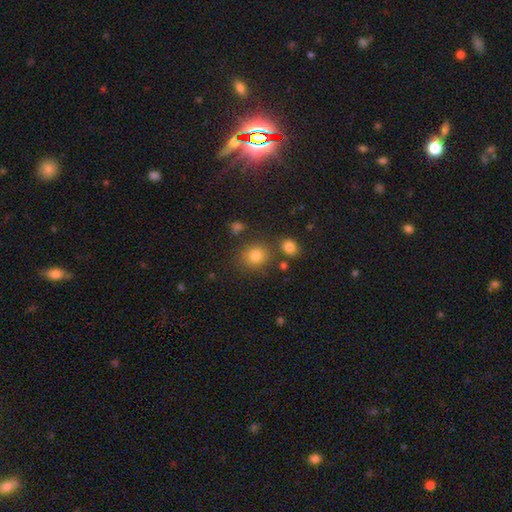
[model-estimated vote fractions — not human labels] This is likely a smooth galaxy (79%). How rounded: clearly round (82%). Merging: likely none (78%).